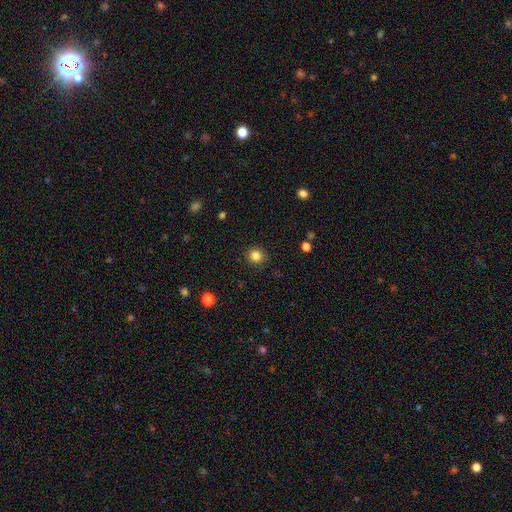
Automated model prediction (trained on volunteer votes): Smooth or featured? smooth (84%)
How rounded? round (91%)
Merging? none (90%)